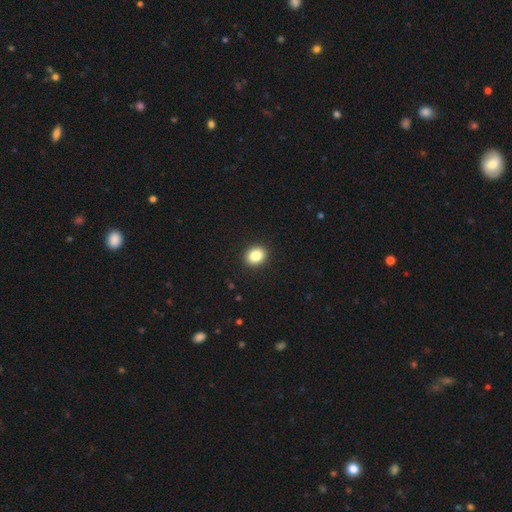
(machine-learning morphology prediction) A smooth galaxy with no disk features (86%) that is round (54%). Merging: none (92%).